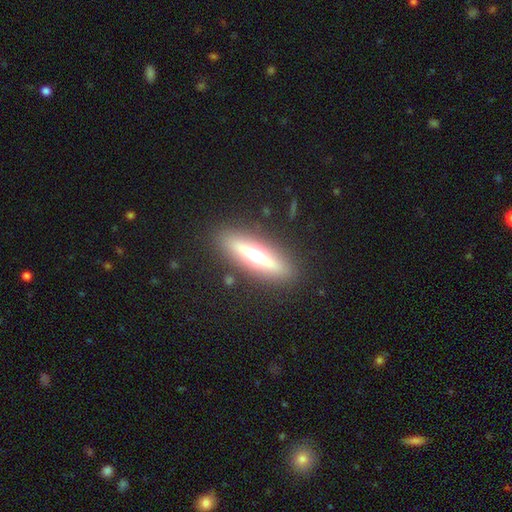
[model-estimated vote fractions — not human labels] Smooth or featured: featured or disk — 60% (smooth — 32%)
Edge-on disk: yes — 89% (no — 11%)
Edge-on bulge: rounded — 94% (boxy — 4%)
Merging: none — 88% (minor disturbance — 8%)